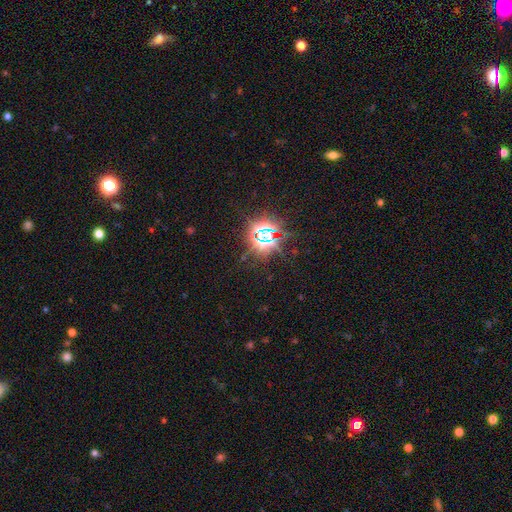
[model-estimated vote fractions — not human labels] A star or artifact, not a galaxy (82%).

Vote fractions:
- Smooth or featured? star or artifact: 82% / smooth: 12% / featured or disk: 6%